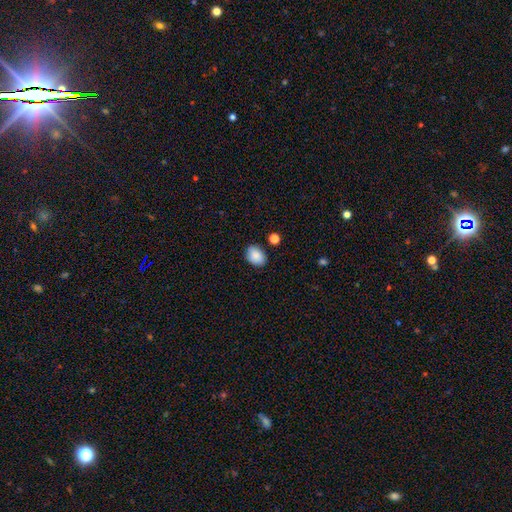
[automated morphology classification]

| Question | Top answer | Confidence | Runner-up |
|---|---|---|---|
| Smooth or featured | smooth | 86% | star or artifact (8%) |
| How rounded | in between | 74% | round (25%) |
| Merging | none | 82% | minor disturbance (13%) |